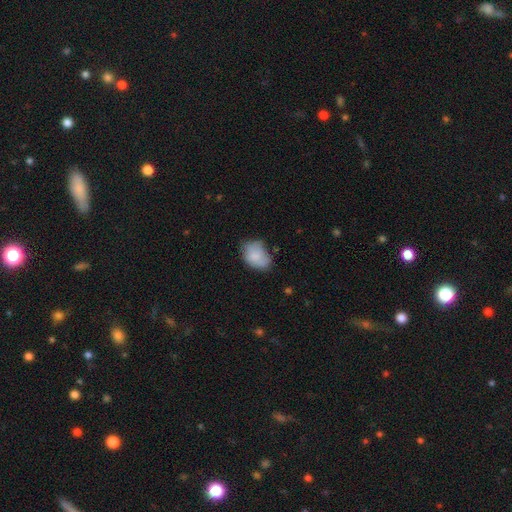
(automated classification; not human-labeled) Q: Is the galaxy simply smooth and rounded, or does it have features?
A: smooth — 78%.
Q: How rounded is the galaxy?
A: in between — 79%.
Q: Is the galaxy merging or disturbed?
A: none — 52%.